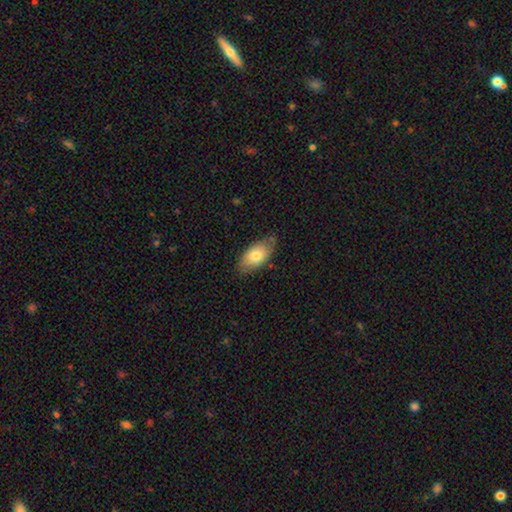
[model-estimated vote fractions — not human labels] This appears to be a smooth galaxy with no disk features (73%) that is in between round and cigar-shaped (92%). Merging: none (73%).